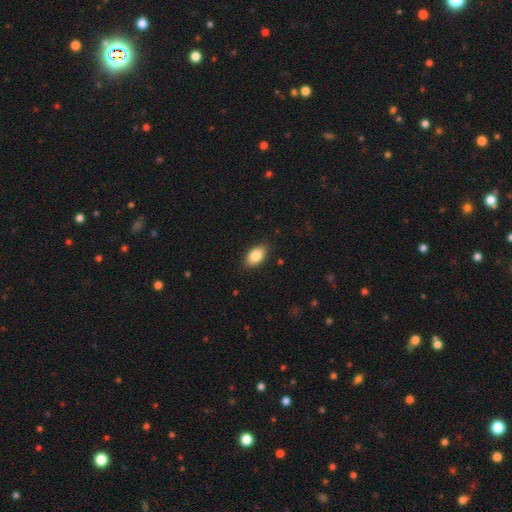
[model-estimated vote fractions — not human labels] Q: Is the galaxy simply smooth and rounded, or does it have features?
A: smooth — 86%.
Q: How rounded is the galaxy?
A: in between — 92%.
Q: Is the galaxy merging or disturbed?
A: none — 87%.